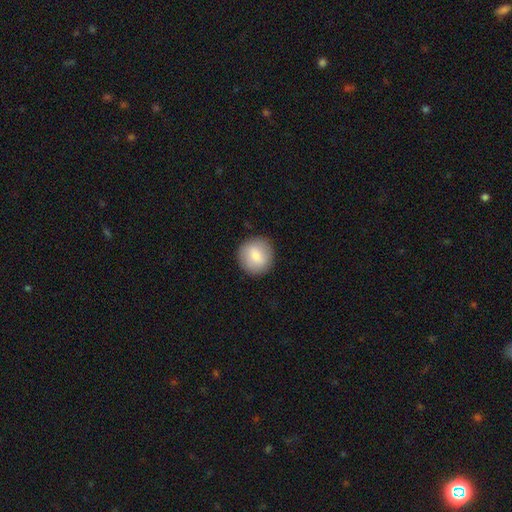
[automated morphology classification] Smooth or featured? smooth (76%)
How rounded? round (92%)
Merging? none (89%)